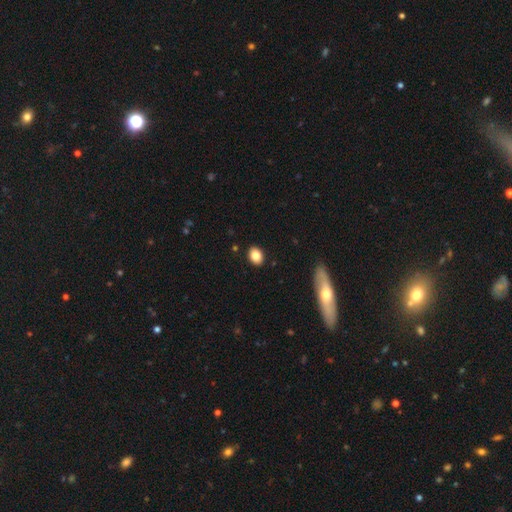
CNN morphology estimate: A smooth galaxy with no disk features (84%) that is in between round and cigar-shaped (67%). Merging: none (90%).